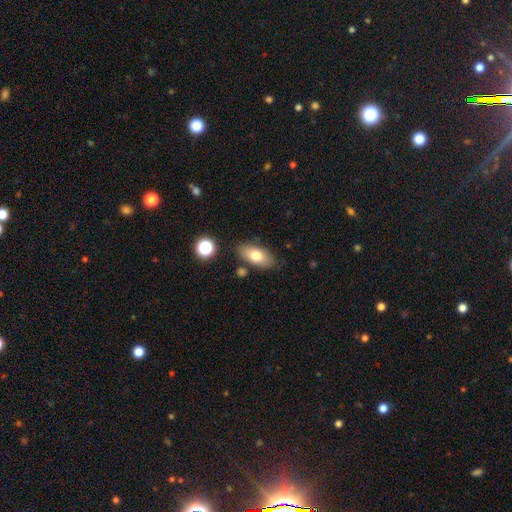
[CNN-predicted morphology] Smooth or featured? Predicted: smooth (p=0.75). How rounded? Predicted: in between (p=0.87). Merging? Predicted: none (p=0.79).